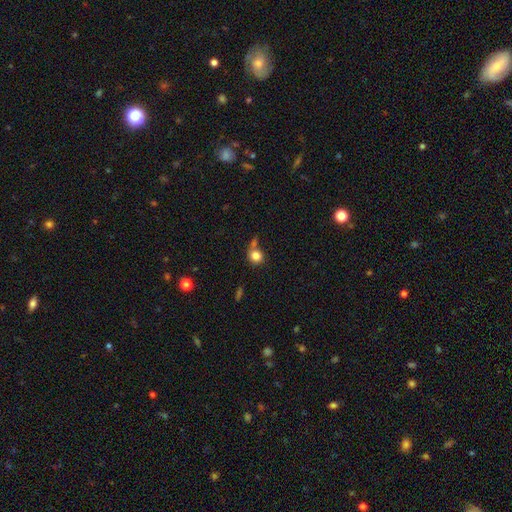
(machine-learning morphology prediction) Smooth or featured: smooth — 82% (star or artifact — 10%)
How rounded: round — 84% (in between — 15%)
Merging: none — 54% (merger — 23%)